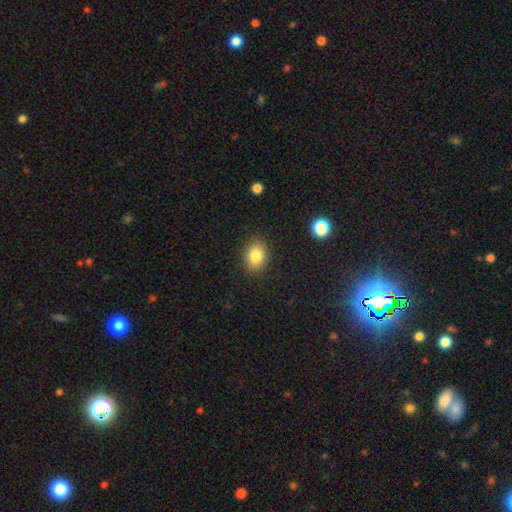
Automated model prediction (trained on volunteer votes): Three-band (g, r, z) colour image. It shows a smooth galaxy with no disk features (83%) that is in between round and cigar-shaped (65%). Merging: none (87%).